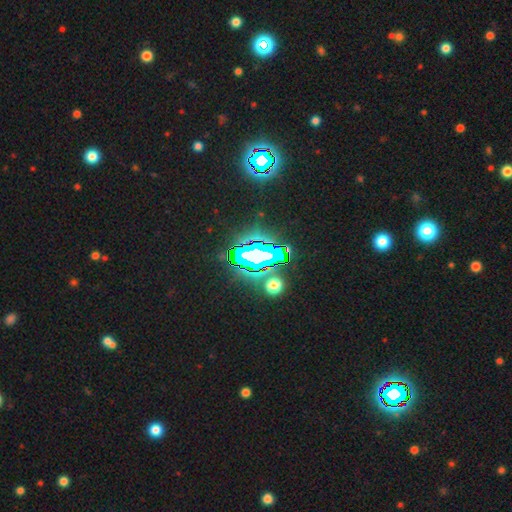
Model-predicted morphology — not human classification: Smooth or featured? star or artifact (72%)